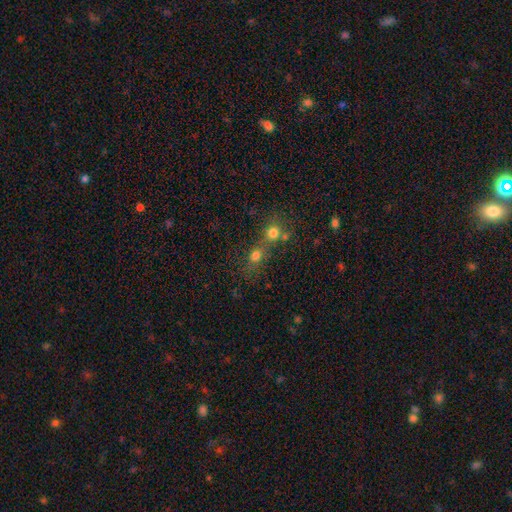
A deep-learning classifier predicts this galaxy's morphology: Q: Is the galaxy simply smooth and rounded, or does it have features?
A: smooth — 71%.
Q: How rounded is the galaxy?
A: round — 75%.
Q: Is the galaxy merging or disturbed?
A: merger — 51%.